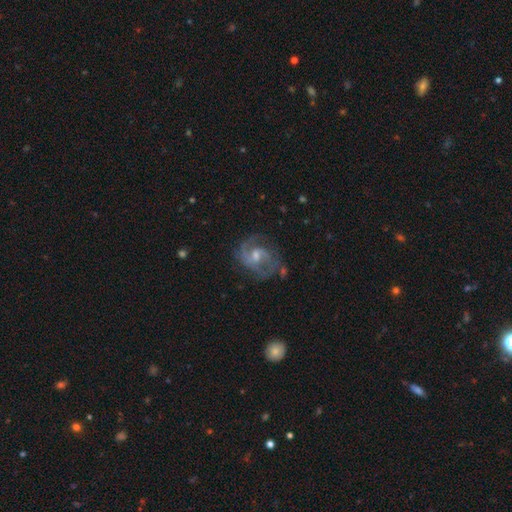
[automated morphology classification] smooth-or-featured: featured or disk: 85% | smooth: 8% | star or artifact: 7%
  disk-edge-on: no: 98% | yes: 2%
    bar: weak: 54% | no: 33% | strong: 13%
    has-spiral-arms: yes: 95% | no: 5%
      spiral-winding: medium: 54% | tight: 26% | loose: 19%
      spiral-arm-count: 2: 72% | can't tell: 10% | 3: 9% | 1: 5% | 4: 2% | more than 4: 2%
    bulge-size: moderate: 49% | small: 41% | none: 6% | large: 4% | dominant: 1%
  merging: none: 66% | minor disturbance: 19% | major disturbance: 12% | merger: 3%